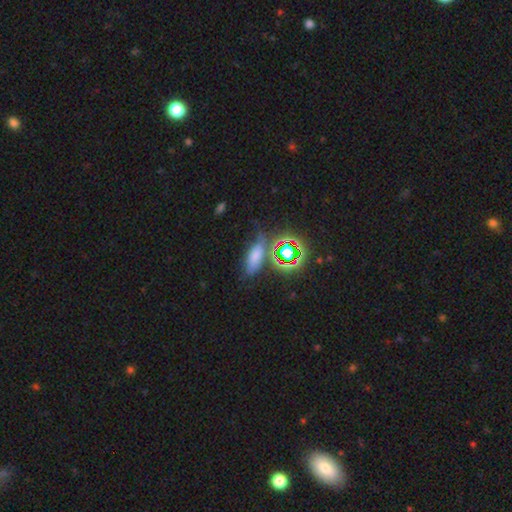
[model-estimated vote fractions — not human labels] Smooth or featured? Predicted: smooth (p=0.56). How rounded? Predicted: in between (p=0.69). Merging? Predicted: none (p=0.63).